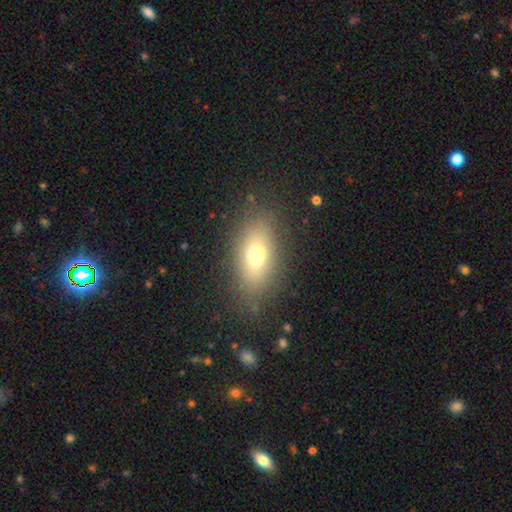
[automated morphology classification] Smooth or featured: smooth — 69% (featured or disk — 20%)
How rounded: in between — 82% (cigar-shaped — 11%)
Merging: none — 83% (minor disturbance — 11%)